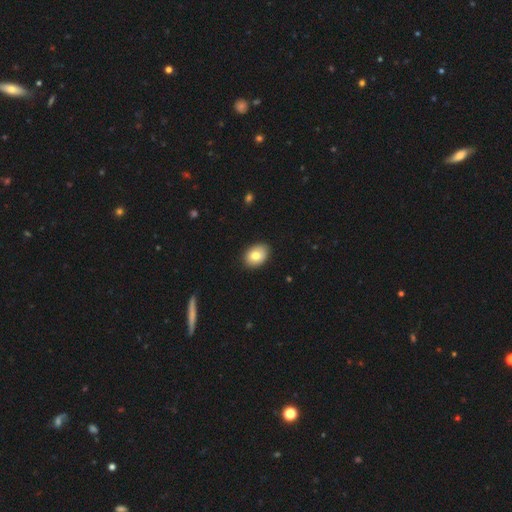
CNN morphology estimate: smooth 78%, featured or disk 14%, star or artifact 8%. Down the decision tree: how rounded — in between (73%); merging — none (88%).